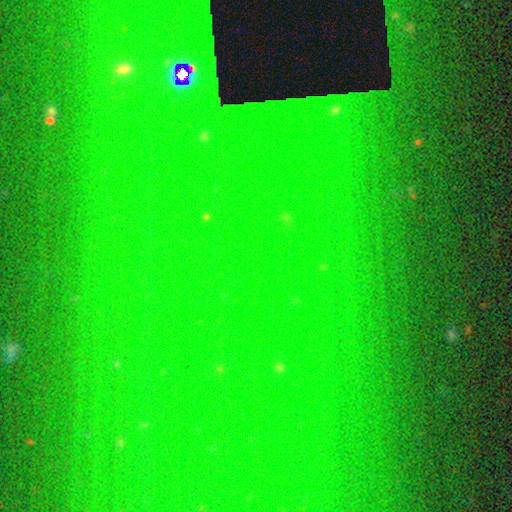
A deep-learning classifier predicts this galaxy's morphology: type=star or artifact (80%).